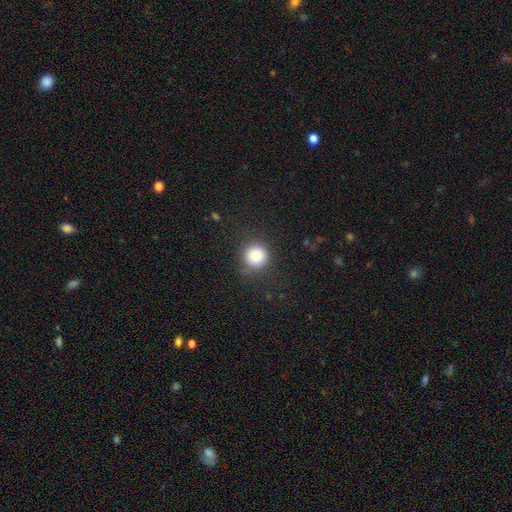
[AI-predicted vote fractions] Smooth or featured: smooth — 78% (star or artifact — 12%)
How rounded: round — 94% (in between — 5%)
Merging: none — 81% (minor disturbance — 13%)